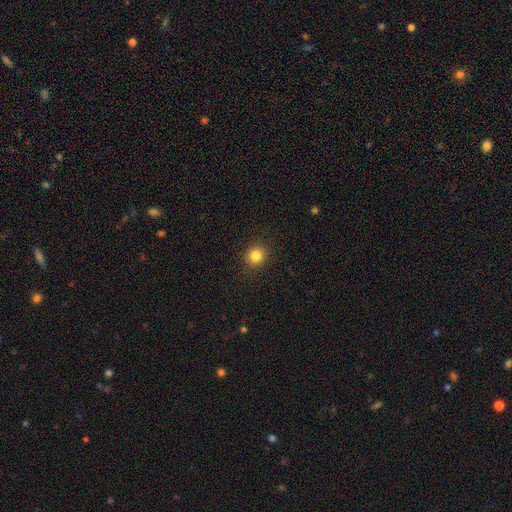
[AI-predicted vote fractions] A smooth galaxy with no disk features (84%) that is round (87%).

Vote fractions:
- Smooth or featured? smooth: 84% / star or artifact: 11% / featured or disk: 5%
- How rounded? round: 87% / in between: 12% / cigar-shaped: 1%
- Merging? none: 90% / minor disturbance: 6% / major disturbance: 2% / merger: 1%